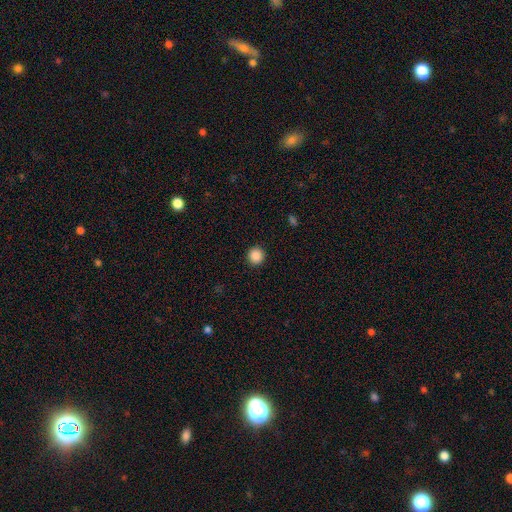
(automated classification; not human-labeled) Smooth or featured? smooth (88%)
How rounded? round (94%)
Merging? none (93%)